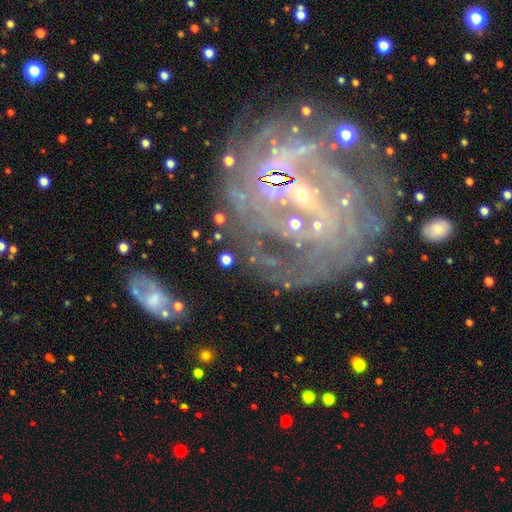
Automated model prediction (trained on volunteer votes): Smooth or featured?
  - featured or disk: 79% *
  - star or artifact: 13%
  - smooth: 7%
Edge-on disk?
  - no: 97% *
  - yes: 3%
Bar?
  - no: 42% *
  - weak: 31%
  - strong: 26%
Spiral arms?
  - yes: 88% *
  - no: 12%
Spiral winding?
  - tight: 61% *
  - medium: 28%
  - loose: 10%
Spiral arm count?
  - can't tell: 31% *
  - 2: 19%
  - 3: 15%
  - more than 4: 13%
  - 4: 13%
  - 1: 9%
Bulge size?
  - small: 71% *
  - moderate: 18%
  - none: 8%
  - large: 3%
  - dominant: 2%
Merging?
  - none: 61% *
  - minor disturbance: 18%
  - major disturbance: 14%
  - merger: 7%